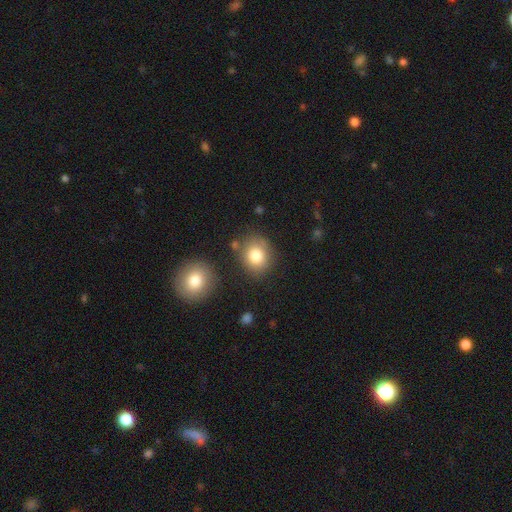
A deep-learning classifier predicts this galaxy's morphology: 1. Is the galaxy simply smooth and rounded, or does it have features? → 81% smooth, 10% star or artifact, 10% featured or disk.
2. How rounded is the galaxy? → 69% round, 30% in between, 1% cigar-shaped.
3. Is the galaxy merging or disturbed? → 77% none, 13% minor disturbance, 7% merger, 4% major disturbance.